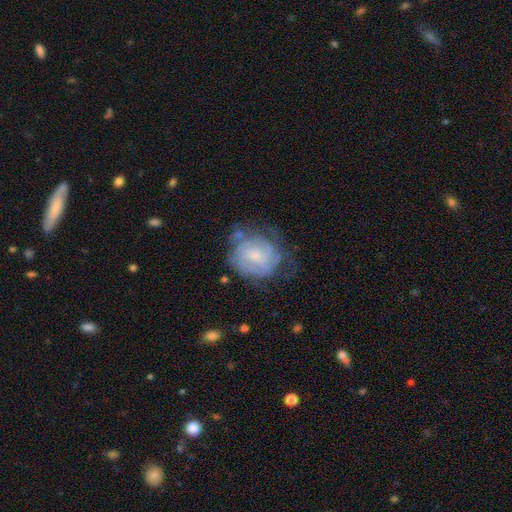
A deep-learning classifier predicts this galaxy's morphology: This is likely a featured or disk galaxy (65%). It is clearly not viewed edge-on (98%). Bar: likely no (62%). Spiral arm pattern: likely yes (77%). Central bulge: likely small (60%). Merging: possibly none (52%).